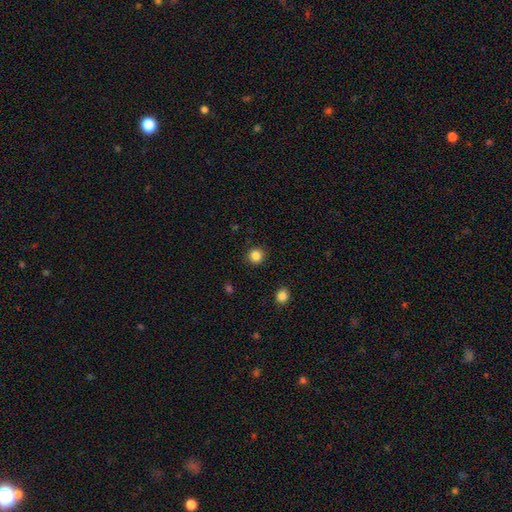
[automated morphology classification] Smooth or featured?
  - smooth: 85% *
  - star or artifact: 11%
  - featured or disk: 4%
How rounded?
  - round: 91% *
  - in between: 8%
  - cigar-shaped: 1%
Merging?
  - none: 91% *
  - minor disturbance: 6%
  - major disturbance: 2%
  - merger: 1%